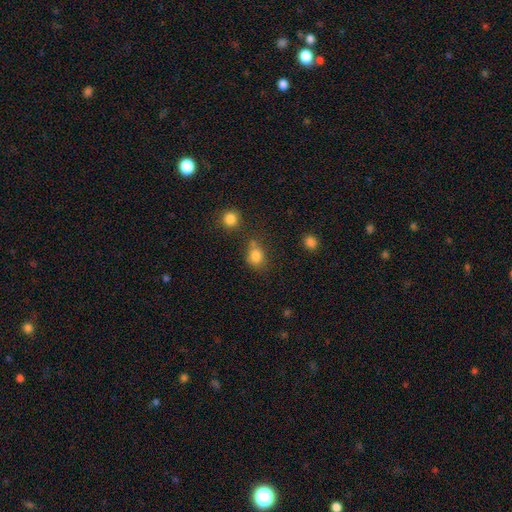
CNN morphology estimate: Smooth or featured? Predicted: smooth (p=0.82). How rounded? Predicted: round (p=0.60). Merging? Predicted: none (p=0.57).